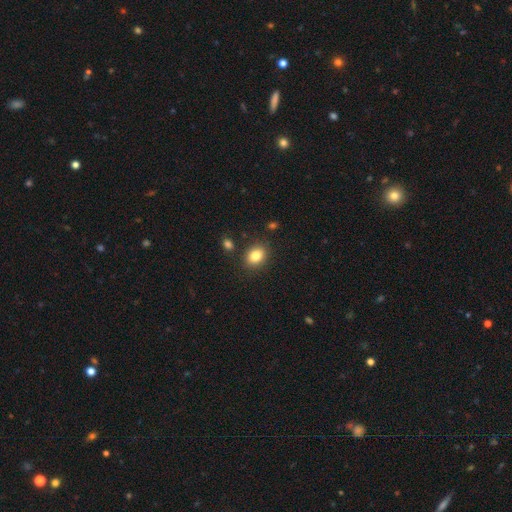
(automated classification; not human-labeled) A smooth galaxy with no disk features (83%) that is in between round and cigar-shaped (54%).

Vote fractions:
- Smooth or featured? smooth: 83% / star or artifact: 10% / featured or disk: 7%
- How rounded? in between: 54% / round: 45% / cigar-shaped: 1%
- Merging? none: 85% / minor disturbance: 9% / merger: 3% / major disturbance: 3%